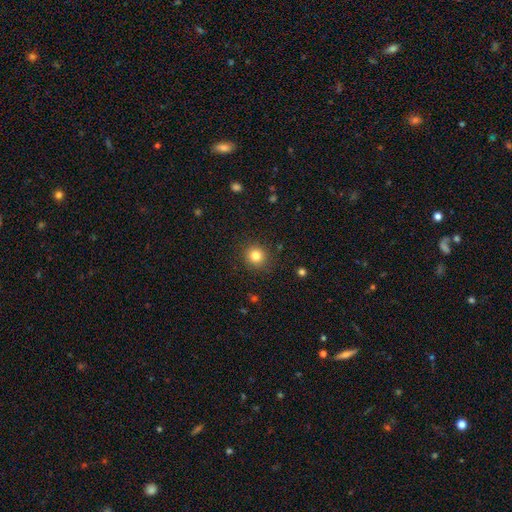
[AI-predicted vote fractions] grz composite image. It shows a smooth galaxy with no disk features (81%) that is round (90%). Merging: none (89%).